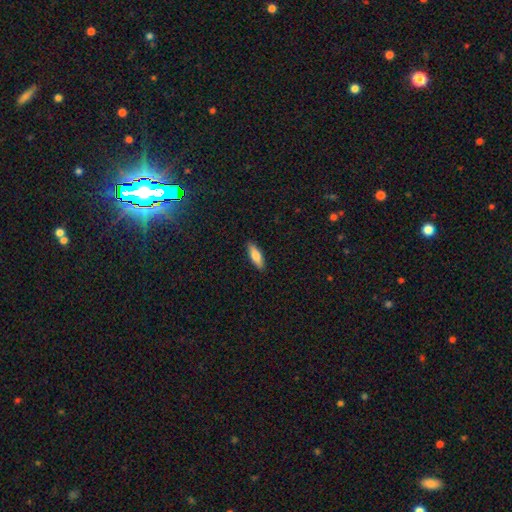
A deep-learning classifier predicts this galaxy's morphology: This is likely a smooth galaxy (77%). How rounded: possibly in between (57%). Merging: clearly none (90%).